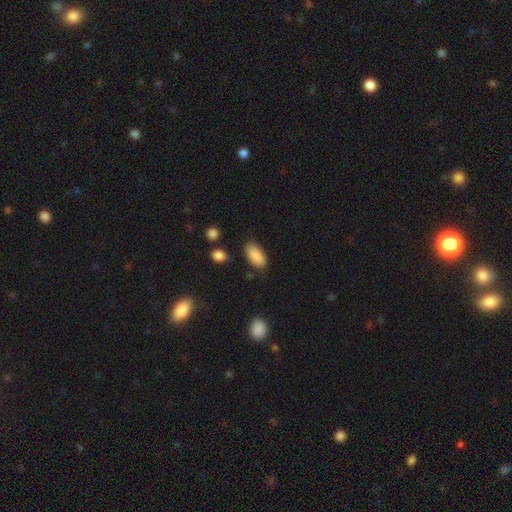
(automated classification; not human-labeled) Q: Smooth or featured?
A: smooth (89%); runner-up: star or artifact (7%)
Q: How rounded?
A: in between (92%); runner-up: cigar-shaped (5%)
Q: Merging?
A: none (80%); runner-up: minor disturbance (14%)